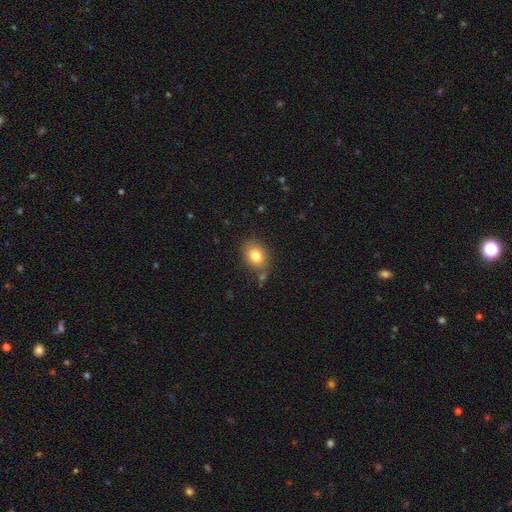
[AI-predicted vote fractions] Morphology: type=smooth (81%); roundness=in between (61%); merging=none (79%).